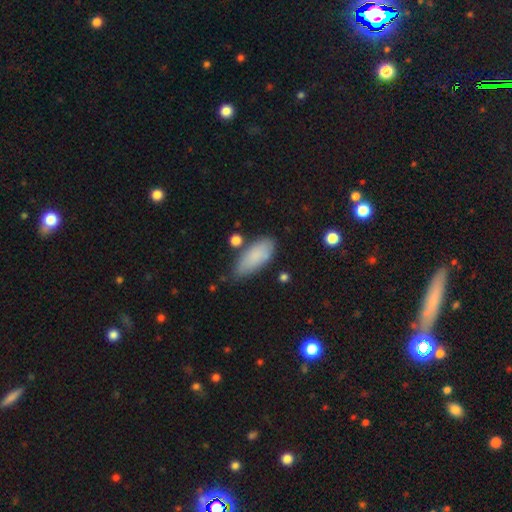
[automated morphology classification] type=smooth (84%); roundness=in between (82%); merging=none (65%).